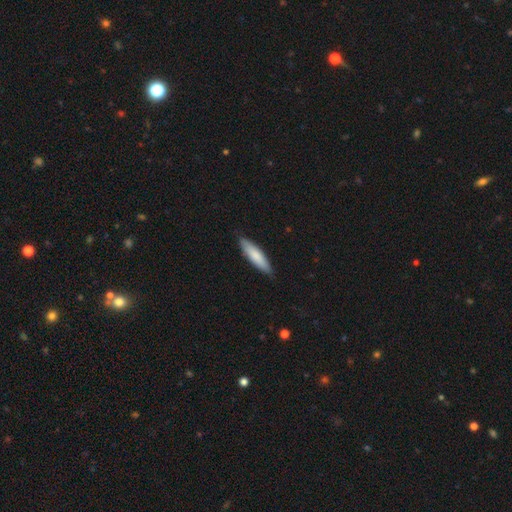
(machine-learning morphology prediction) Smooth or featured? Predicted: smooth (p=0.79). How rounded? Predicted: cigar-shaped (p=0.70). Merging? Predicted: none (p=0.85).